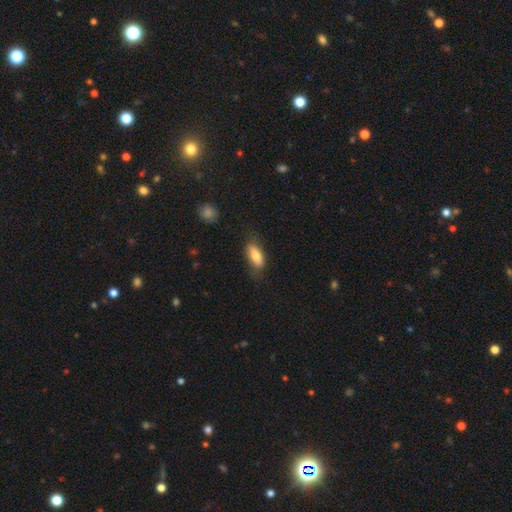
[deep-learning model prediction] Smooth or featured? Predicted: smooth (p=0.76). How rounded? Predicted: in between (p=0.81). Merging? Predicted: none (p=0.68).